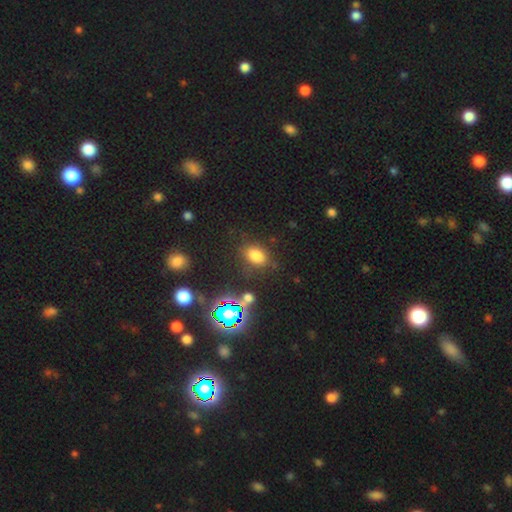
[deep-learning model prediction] The model was most divided on "how rounded": in between: 74%, round: 24%, cigar-shaped: 2%. More confident: merging — none (80%); smooth or featured — smooth (72%).